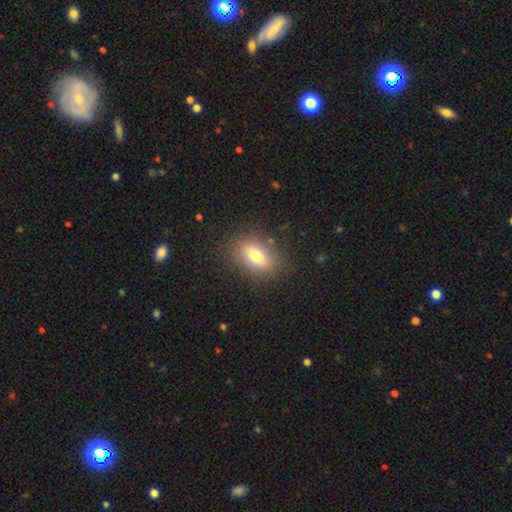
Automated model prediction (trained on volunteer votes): Smooth or featured: smooth — 75% (featured or disk — 15%)
How rounded: in between — 81% (round — 15%)
Merging: none — 84% (minor disturbance — 10%)